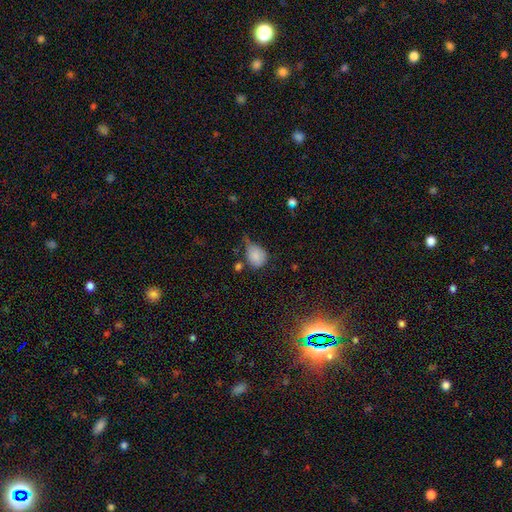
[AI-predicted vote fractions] A smooth galaxy with no disk features (82%) that is round (54%).

Vote fractions:
- Smooth or featured? smooth: 82% / star or artifact: 10% / featured or disk: 8%
- How rounded? round: 54% / in between: 45% / cigar-shaped: 1%
- Merging? minor disturbance: 41% / none: 34% / major disturbance: 16% / merger: 9%